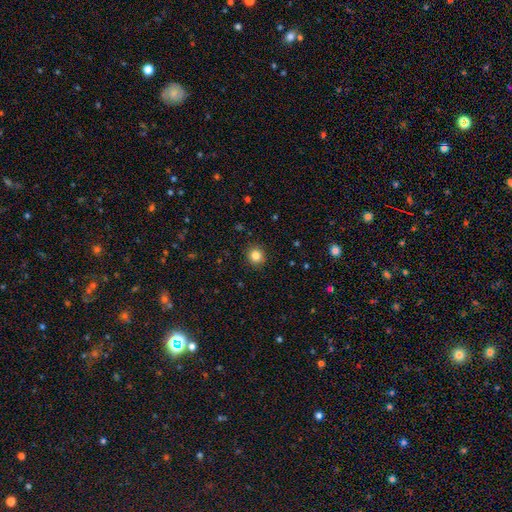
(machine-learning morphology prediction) smooth_or_featured: smooth (p=0.84) [alt: star or artifact p=0.11]
how_rounded: round (p=0.92) [alt: in between p=0.07]
merging: none (p=0.92) [alt: minor disturbance p=0.06]